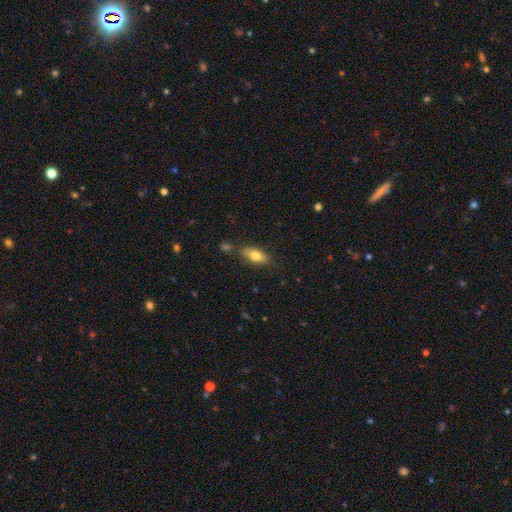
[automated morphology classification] type=smooth (74%); roundness=in between (80%); merging=none (71%).